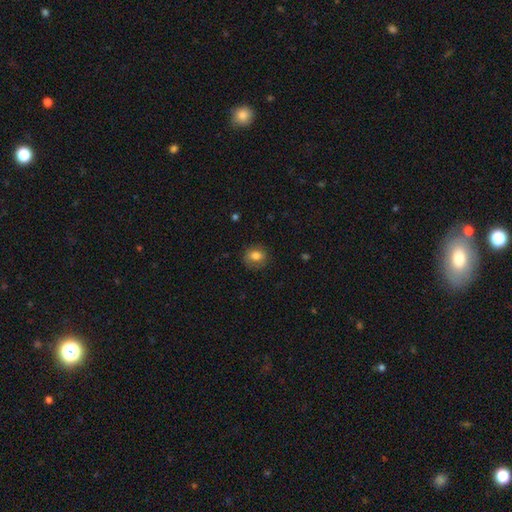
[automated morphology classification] The model was most divided on "how rounded": round: 68%, in between: 31%, cigar-shaped: 1%. More confident: merging — none (80%); smooth or featured — smooth (77%).